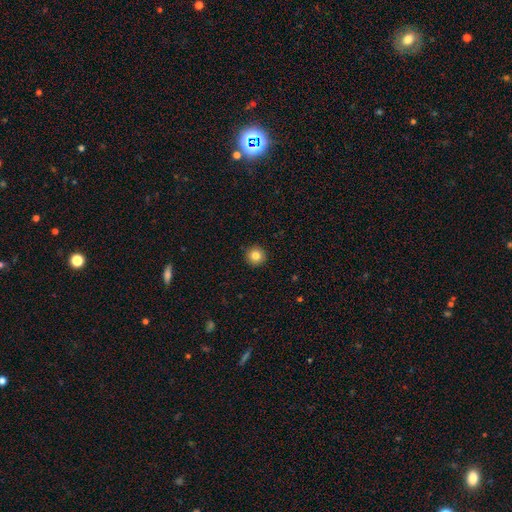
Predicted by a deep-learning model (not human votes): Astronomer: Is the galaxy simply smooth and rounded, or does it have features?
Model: smooth — 83%.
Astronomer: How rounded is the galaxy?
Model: round — 96%.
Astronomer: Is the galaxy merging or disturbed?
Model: none — 93%.